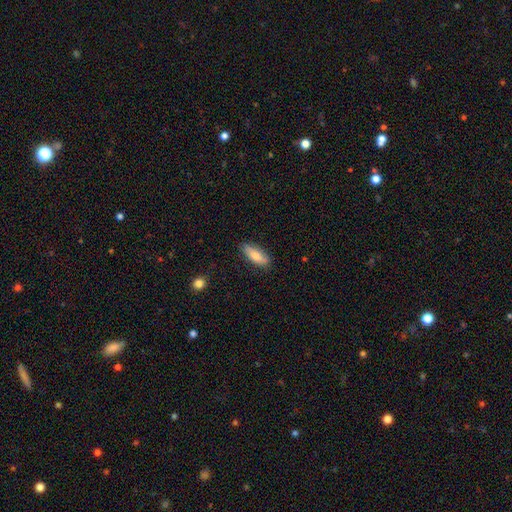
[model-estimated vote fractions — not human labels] The model was most divided on "how rounded": in between: 71%, cigar-shaped: 27%, round: 2%. More confident: merging — none (81%); smooth or featured — smooth (79%).